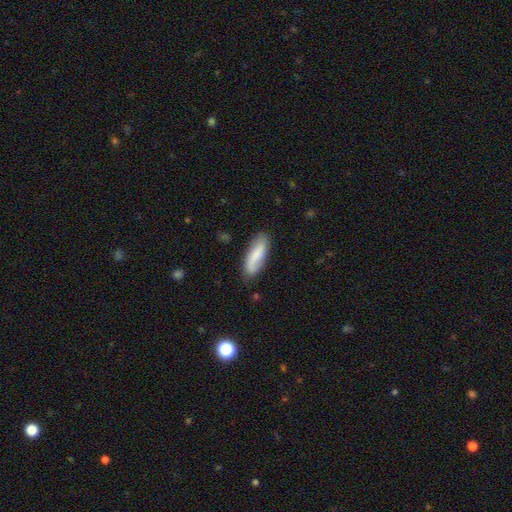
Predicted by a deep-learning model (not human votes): smooth_or_featured: smooth (p=0.69) [alt: featured or disk p=0.25]
how_rounded: in between (p=0.62) [alt: cigar-shaped p=0.35]
merging: none (p=0.77) [alt: minor disturbance p=0.17]